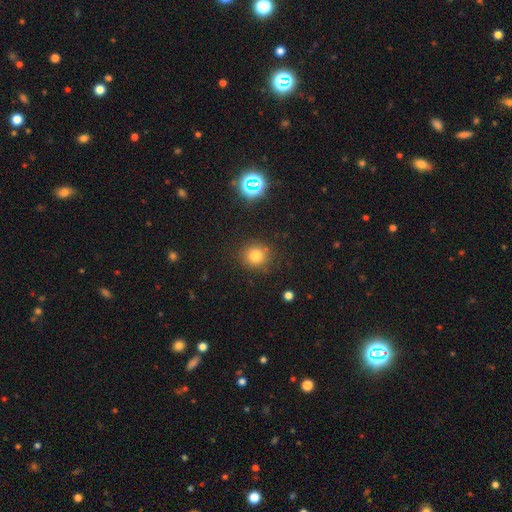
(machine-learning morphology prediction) Q: Smooth or featured?
A: smooth (78%); runner-up: star or artifact (15%)
Q: How rounded?
A: round (87%); runner-up: in between (12%)
Q: Merging?
A: none (84%); runner-up: minor disturbance (9%)